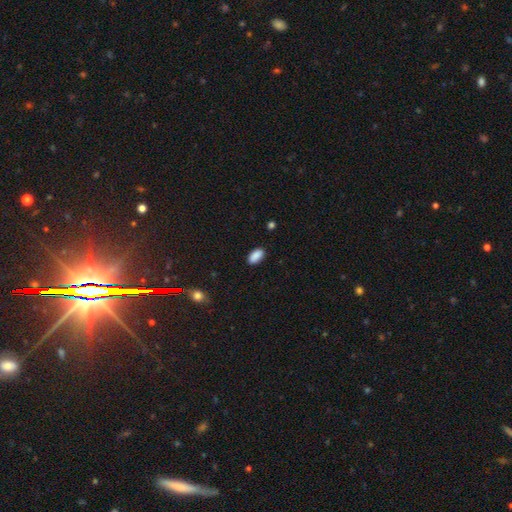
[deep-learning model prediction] Smooth or featured: smooth — 89% (star or artifact — 8%)
How rounded: in between — 92% (cigar-shaped — 5%)
Merging: none — 87% (minor disturbance — 10%)